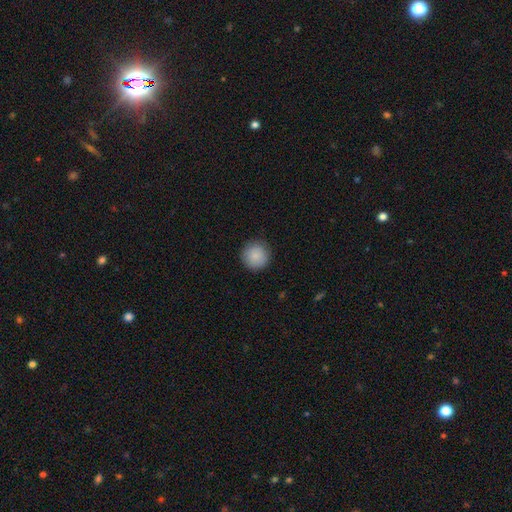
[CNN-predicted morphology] Overall: smooth (87%). How rounded: round (95%). Merging: none (88%).